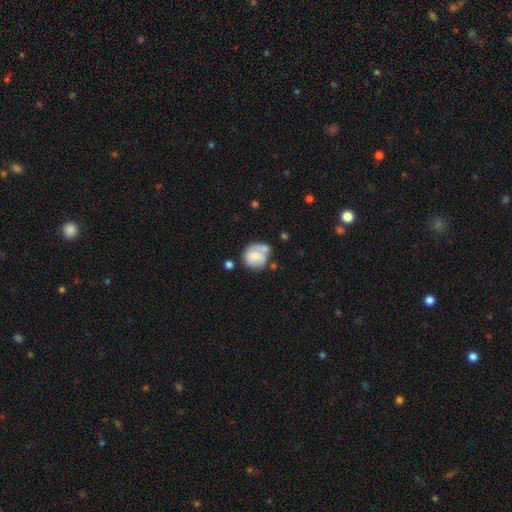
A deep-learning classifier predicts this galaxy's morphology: A smooth galaxy with no disk features (62%) that is round (77%).

Vote fractions:
- Smooth or featured? smooth: 62% / featured or disk: 30% / star or artifact: 8%
- How rounded? round: 77% / in between: 22% / cigar-shaped: 1%
- Merging? none: 42% / minor disturbance: 24% / merger: 22% / major disturbance: 12%